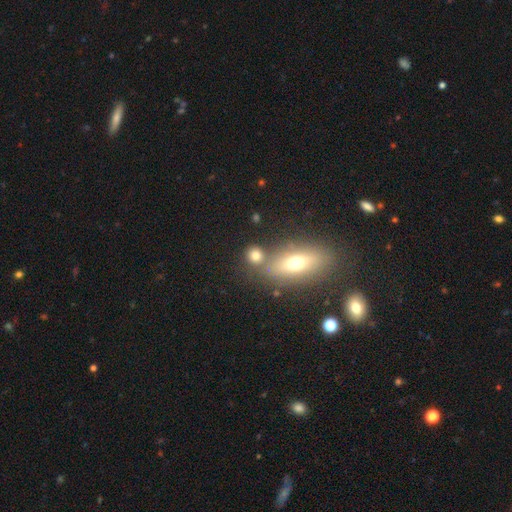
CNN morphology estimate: smooth_or_featured: smooth (p=0.75) [alt: star or artifact p=0.13]
how_rounded: round (p=0.75) [alt: in between p=0.21]
merging: none (p=0.65) [alt: merger p=0.21]